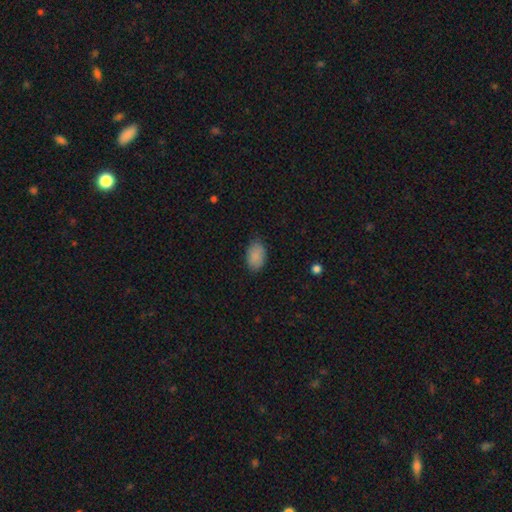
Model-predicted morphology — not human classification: This is clearly a smooth galaxy (89%). How rounded: clearly in between (91%). Merging: clearly none (81%).